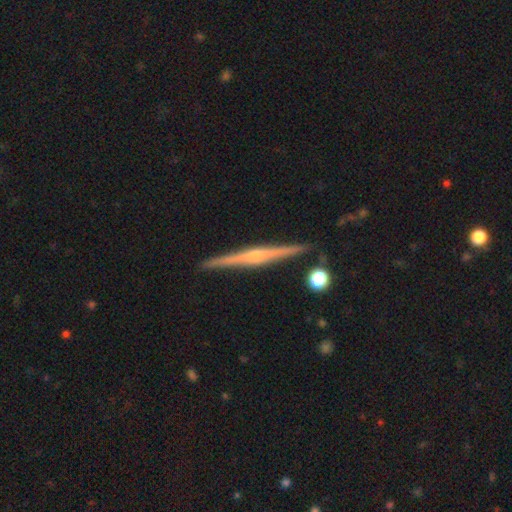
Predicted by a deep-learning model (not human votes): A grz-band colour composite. It shows a featured or disk galaxy (84%) viewed edge-on (98%) with a rounded central bulge (80%). Merging: none (91%).